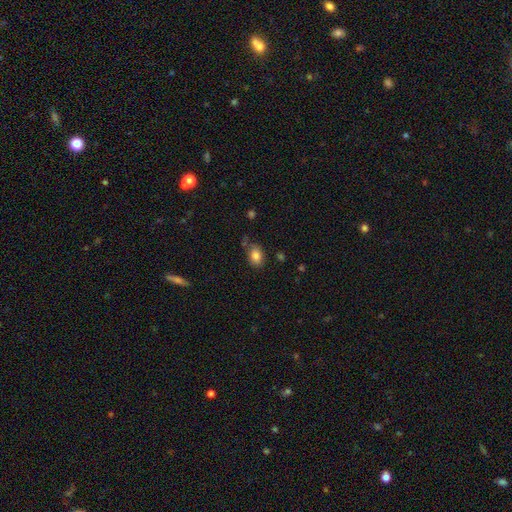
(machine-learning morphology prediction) smooth-or-featured: smooth: 84% | star or artifact: 9% | featured or disk: 7%
  how-rounded: in between: 77% | round: 22% | cigar-shaped: 1%
  merging: none: 74% | minor disturbance: 16% | merger: 5% | major disturbance: 4%